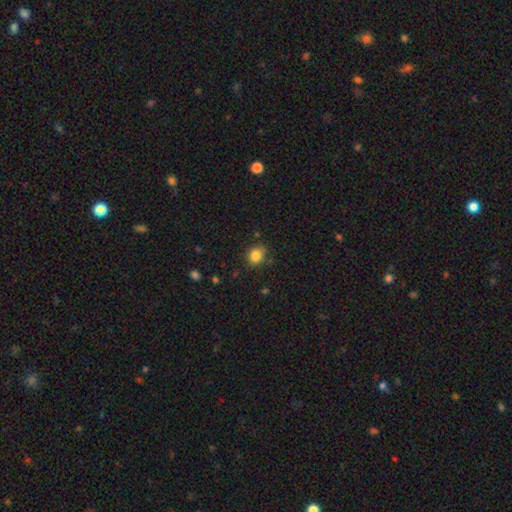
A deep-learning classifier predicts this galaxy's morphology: smooth-or-featured: smooth: 83% | star or artifact: 11% | featured or disk: 6%
  how-rounded: round: 67% | in between: 32% | cigar-shaped: 1%
  merging: none: 78% | minor disturbance: 17% | major disturbance: 4% | merger: 2%